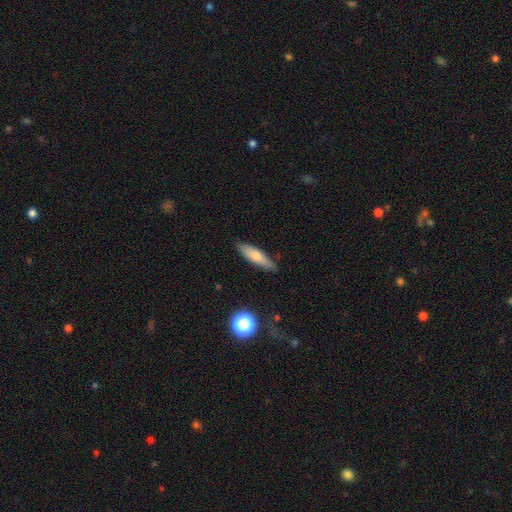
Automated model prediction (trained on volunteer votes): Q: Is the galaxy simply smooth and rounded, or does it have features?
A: smooth — 72%.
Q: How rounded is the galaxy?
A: cigar-shaped — 65%.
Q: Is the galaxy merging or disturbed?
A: none — 85%.